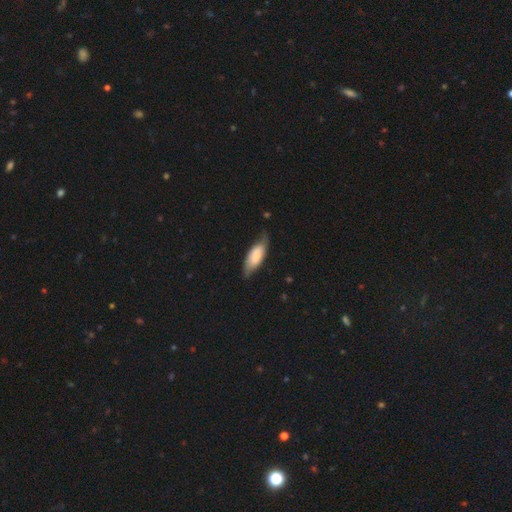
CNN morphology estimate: A smooth galaxy with no disk features (68%) that is in between round and cigar-shaped (75%).

Vote fractions:
- Smooth or featured? smooth: 68% / featured or disk: 26% / star or artifact: 6%
- How rounded? in between: 75% / cigar-shaped: 23% / round: 2%
- Merging? none: 64% / minor disturbance: 28% / major disturbance: 7% / merger: 2%